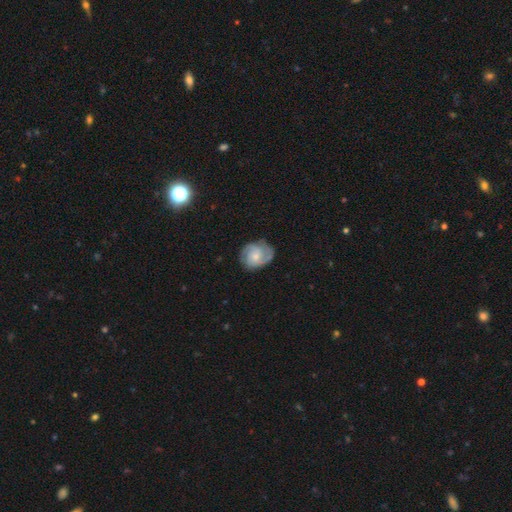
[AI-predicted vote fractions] Smooth or featured? featured or disk (78%)
Edge-on disk? no (98%)
Bar? no (66%)
Spiral arms? yes (96%)
Spiral winding? tight (48%)
Spiral arm count? 2 (53%)
Bulge size? small (54%)
Merging? none (72%)